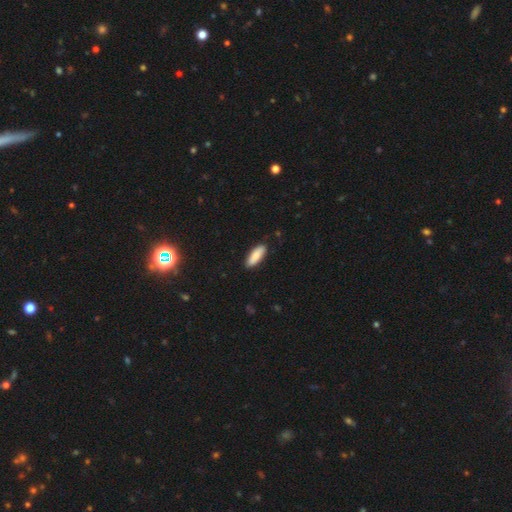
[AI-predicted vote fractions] Smooth or featured? Predicted: smooth (p=0.87). How rounded? Predicted: in between (p=0.64). Merging? Predicted: none (p=0.87).